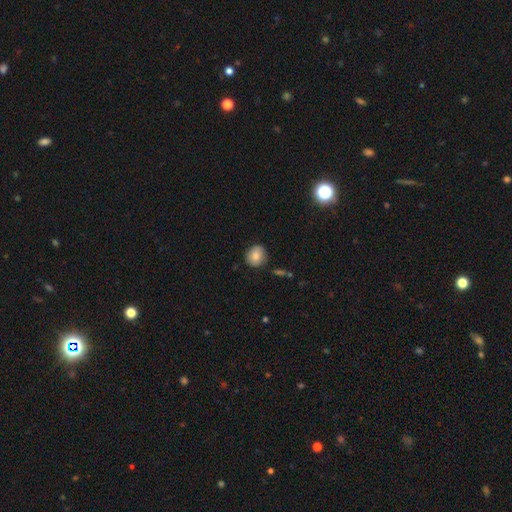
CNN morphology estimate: This appears to be a smooth galaxy with no disk features (81%) that is round (80%). Merging: none (82%).